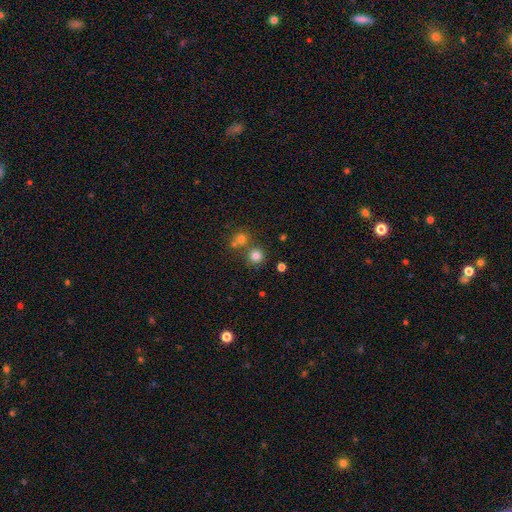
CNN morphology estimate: smooth 77%, star or artifact 16%, featured or disk 7%. Down the decision tree: how rounded — round (93%); merging — none (71%).